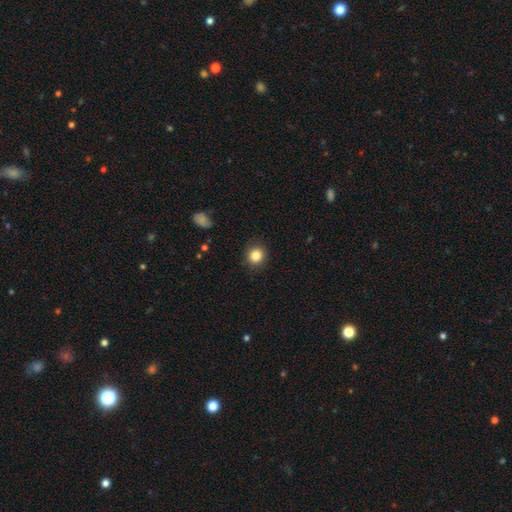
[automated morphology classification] smooth-or-featured: smooth: 85% | star or artifact: 11% | featured or disk: 4%
  how-rounded: round: 87% | in between: 12% | cigar-shaped: 1%
  merging: none: 89% | minor disturbance: 7% | major disturbance: 2% | merger: 1%